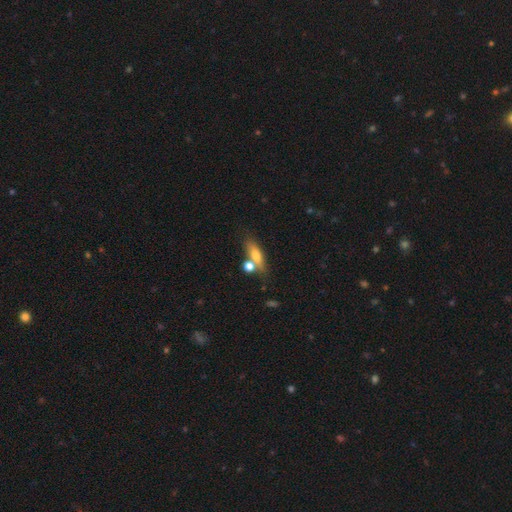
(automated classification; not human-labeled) This appears to be a smooth galaxy with no disk features (65%) that is cigar-shaped (46%). Merging: none (58%).